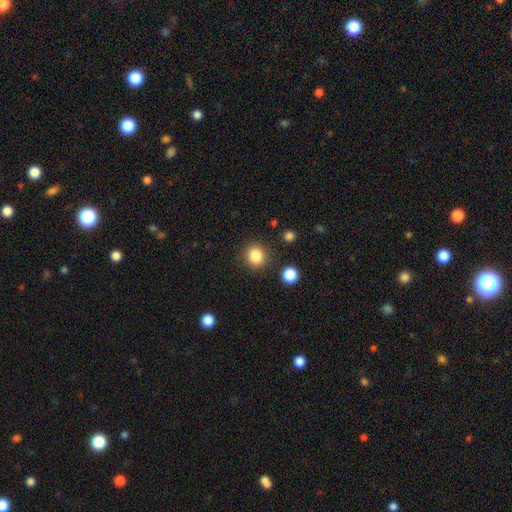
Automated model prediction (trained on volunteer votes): smooth_or_featured: smooth (p=0.85) [alt: star or artifact p=0.11]
how_rounded: round (p=0.88) [alt: in between p=0.11]
merging: none (p=0.87) [alt: minor disturbance p=0.07]